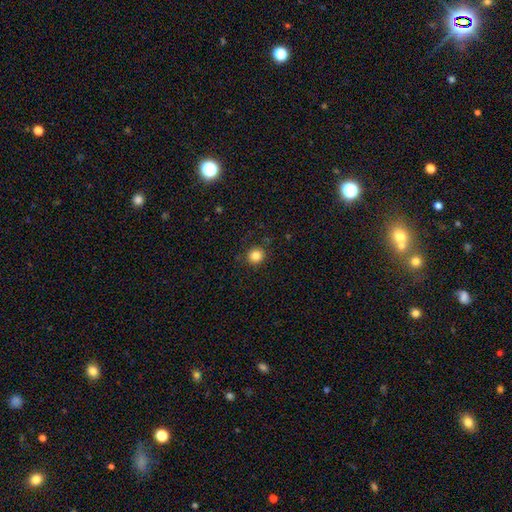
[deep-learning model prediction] A smooth galaxy with no disk features (84%) that is round (90%).

Vote fractions:
- Smooth or featured? smooth: 84% / star or artifact: 12% / featured or disk: 5%
- How rounded? round: 90% / in between: 9% / cigar-shaped: 1%
- Merging? none: 89% / minor disturbance: 7% / major disturbance: 2% / merger: 1%